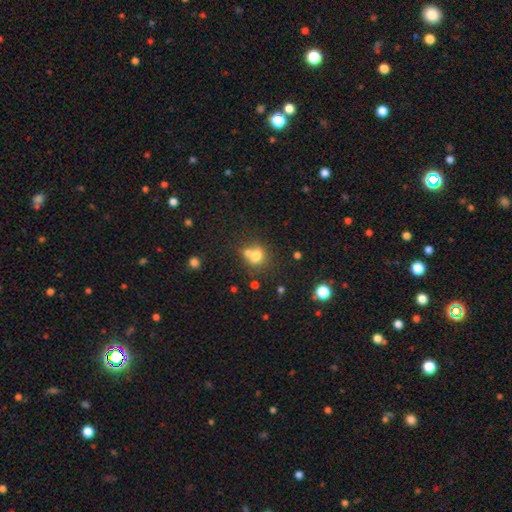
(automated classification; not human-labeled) smooth-or-featured: smooth: 71% | featured or disk: 15% | star or artifact: 14%
  how-rounded: round: 68% | in between: 31% | cigar-shaped: 1%
  merging: merger: 45% | none: 40% | minor disturbance: 10% | major disturbance: 4%